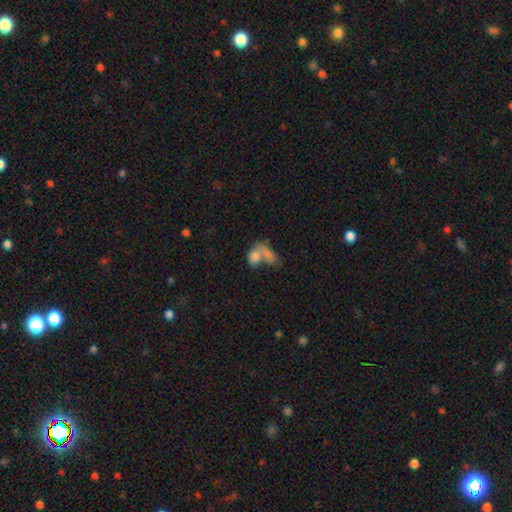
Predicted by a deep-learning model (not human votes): A smooth galaxy with no disk features (76%) that is in between round and cigar-shaped (77%).

Vote fractions:
- Smooth or featured? smooth: 76% / featured or disk: 14% / star or artifact: 10%
- How rounded? in between: 77% / round: 18% / cigar-shaped: 4%
- Merging? merger: 62% / none: 21% / major disturbance: 9% / minor disturbance: 8%